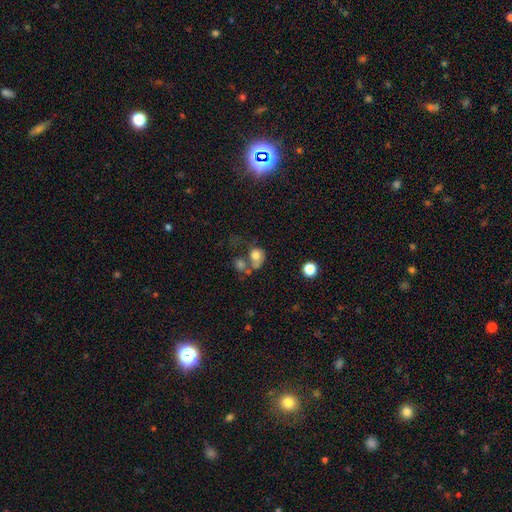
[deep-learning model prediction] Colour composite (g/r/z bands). It shows a smooth galaxy with no disk features (69%) that is round (62%). Merging: merger (39%).